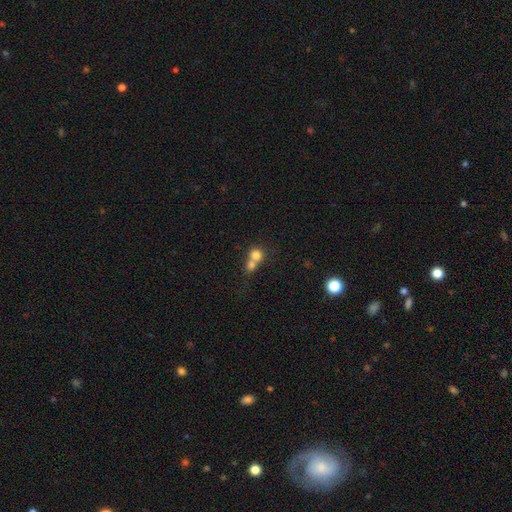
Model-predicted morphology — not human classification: This is likely a smooth galaxy (77%). How rounded: clearly round (82%). Merging: likely merger (65%).